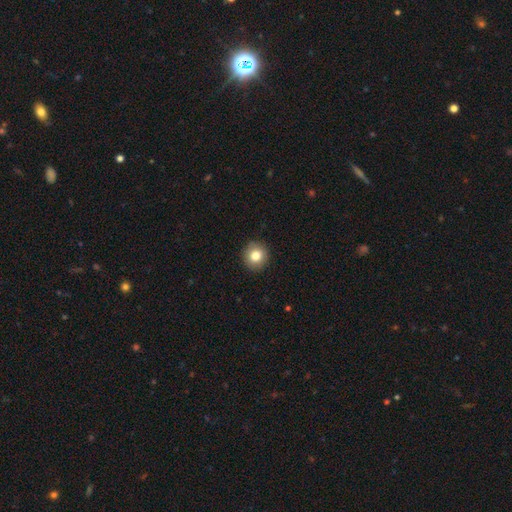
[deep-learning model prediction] Q: Smooth or featured?
A: smooth (81%); runner-up: star or artifact (9%)
Q: How rounded?
A: round (91%); runner-up: in between (8%)
Q: Merging?
A: none (92%); runner-up: minor disturbance (5%)